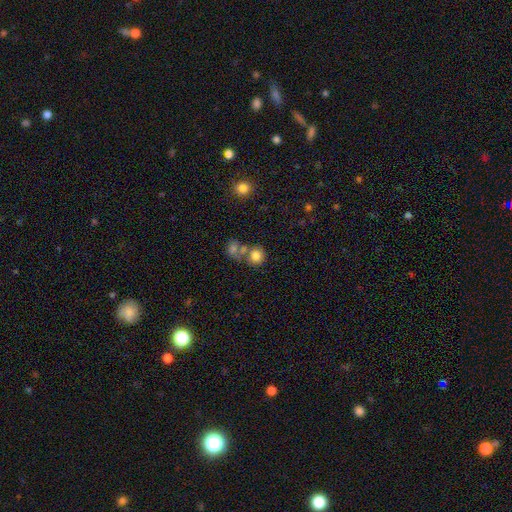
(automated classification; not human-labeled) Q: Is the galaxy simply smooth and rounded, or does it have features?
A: smooth — 79%.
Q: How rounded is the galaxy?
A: round — 83%.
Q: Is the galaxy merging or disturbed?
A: none — 50%.